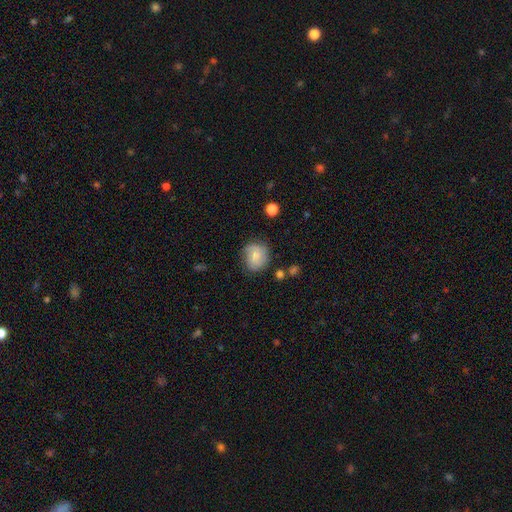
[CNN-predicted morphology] A smooth galaxy with no disk features (71%) that is round (77%). Merging: none (69%).